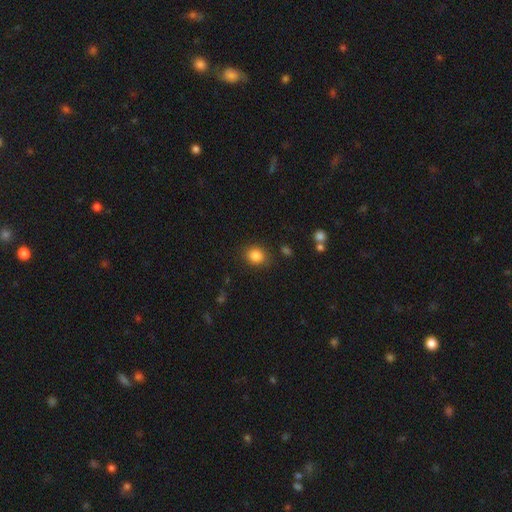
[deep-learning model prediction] A smooth galaxy with no disk features (85%) that is round (66%).

Vote fractions:
- Smooth or featured? smooth: 85% / star or artifact: 10% / featured or disk: 5%
- How rounded? round: 66% / in between: 33% / cigar-shaped: 1%
- Merging? none: 83% / minor disturbance: 12% / major disturbance: 3% / merger: 2%